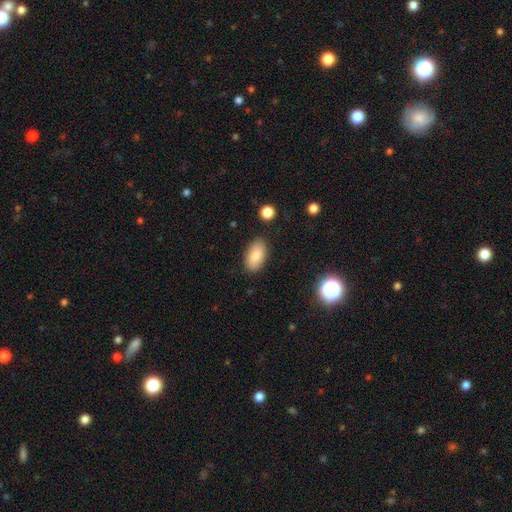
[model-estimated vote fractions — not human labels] Smooth or featured?
  - smooth: 84% *
  - featured or disk: 8%
  - star or artifact: 7%
How rounded?
  - in between: 94% *
  - round: 4%
  - cigar-shaped: 2%
Merging?
  - none: 85% *
  - minor disturbance: 10%
  - major disturbance: 3%
  - merger: 2%